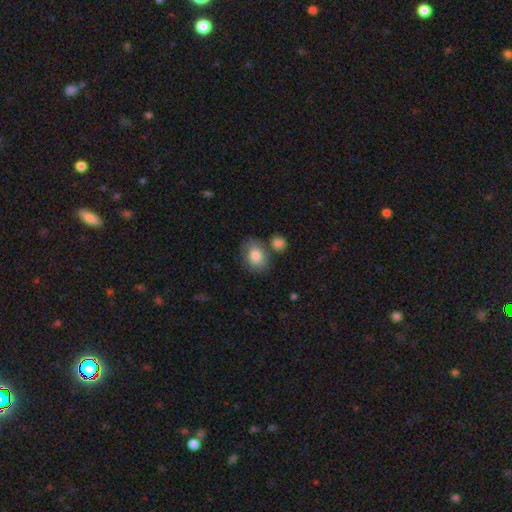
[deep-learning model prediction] Smooth or featured? Predicted: smooth (p=0.82). How rounded? Predicted: in between (p=0.72). Merging? Predicted: none (p=0.67).